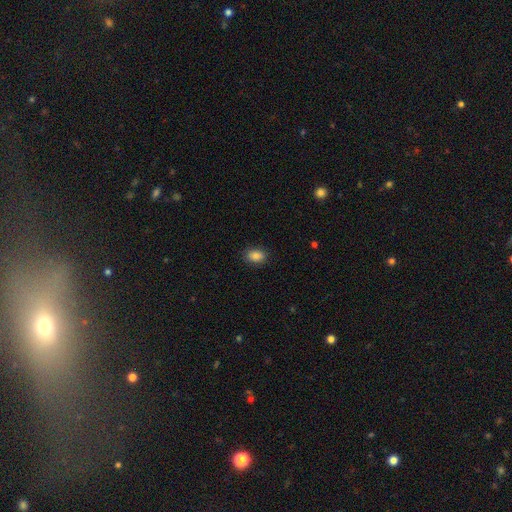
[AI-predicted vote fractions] This appears to be a smooth galaxy with no disk features (87%) that is in between round and cigar-shaped (80%). Merging: none (87%).